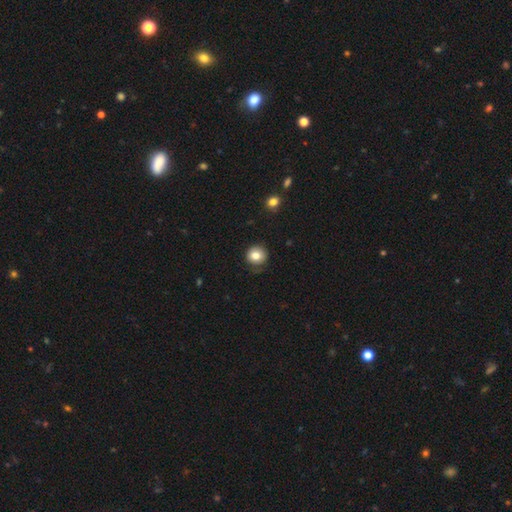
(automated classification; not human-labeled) Morphology: type=smooth (82%); roundness=round (90%); merging=none (79%).